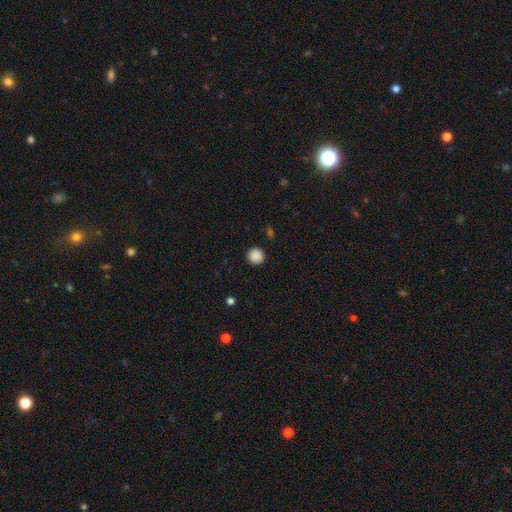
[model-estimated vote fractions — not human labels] smooth_or_featured: smooth (p=0.89) [alt: star or artifact p=0.09]
how_rounded: round (p=0.95) [alt: in between p=0.04]
merging: none (p=0.92) [alt: minor disturbance p=0.05]